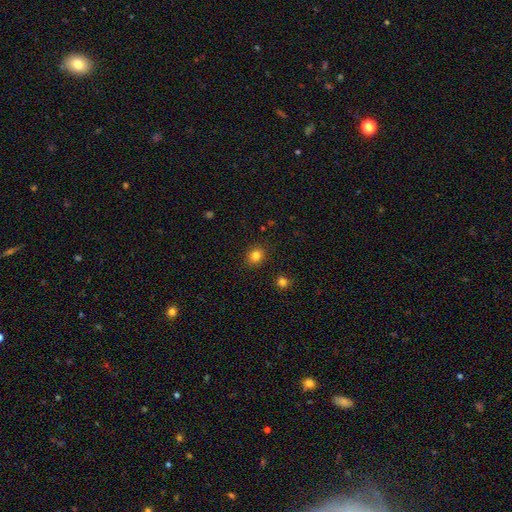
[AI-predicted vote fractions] smooth-or-featured: smooth: 82% | star or artifact: 12% | featured or disk: 6%
  how-rounded: round: 77% | in between: 22% | cigar-shaped: 1%
  merging: none: 90% | minor disturbance: 7% | major disturbance: 2% | merger: 2%